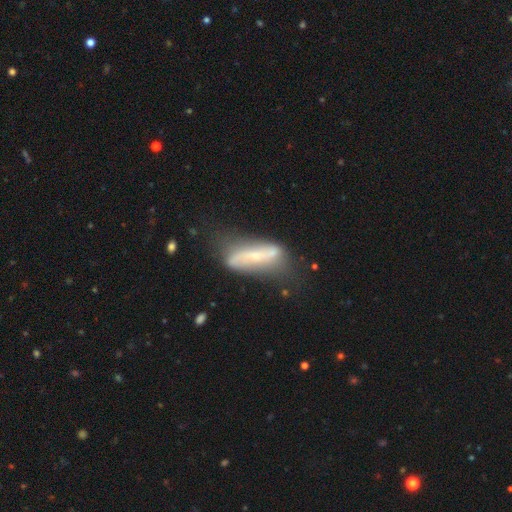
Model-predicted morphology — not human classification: Smooth or featured?
  - featured or disk: 61% *
  - smooth: 31%
  - star or artifact: 8%
Edge-on disk?
  - no: 77% *
  - yes: 23%
Merging?
  - none: 46% *
  - minor disturbance: 29%
  - major disturbance: 16%
  - merger: 9%